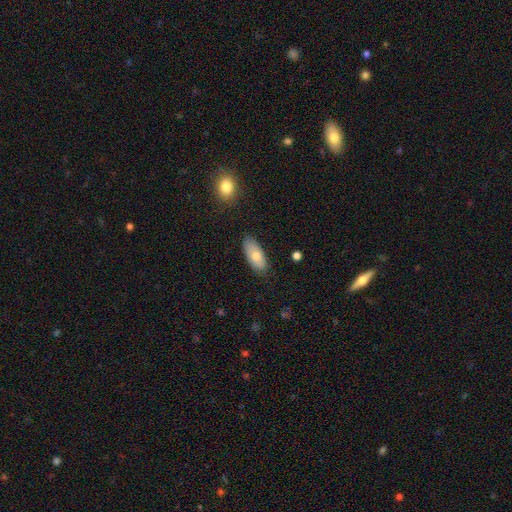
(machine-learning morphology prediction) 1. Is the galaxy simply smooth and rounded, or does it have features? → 74% smooth, 20% featured or disk, 7% star or artifact.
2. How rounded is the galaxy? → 87% in between, 10% cigar-shaped, 3% round.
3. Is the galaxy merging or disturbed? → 83% none, 13% minor disturbance, 2% major disturbance, 1% merger.